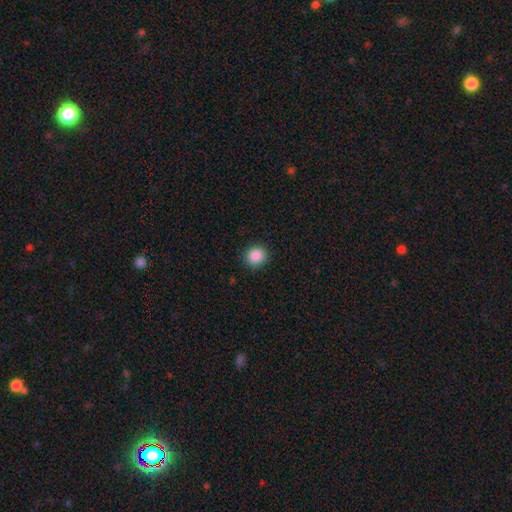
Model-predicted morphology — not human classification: smooth 88%, star or artifact 9%, featured or disk 3%. Down the decision tree: how rounded — round (84%); merging — none (90%).